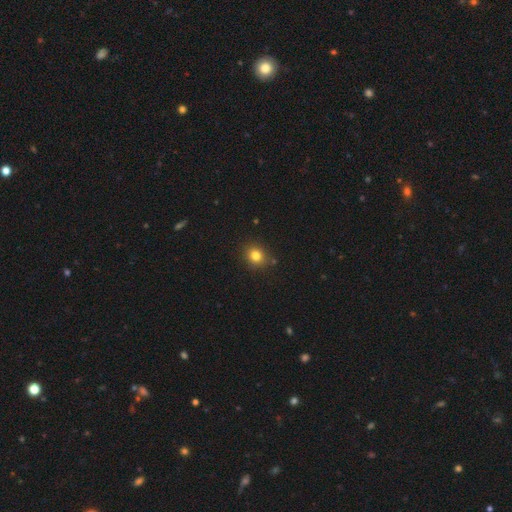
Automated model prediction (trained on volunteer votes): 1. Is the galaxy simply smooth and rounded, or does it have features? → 81% smooth, 13% star or artifact, 6% featured or disk.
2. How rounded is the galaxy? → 74% round, 25% in between, 1% cigar-shaped.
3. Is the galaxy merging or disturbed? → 86% none, 9% minor disturbance, 2% merger, 2% major disturbance.